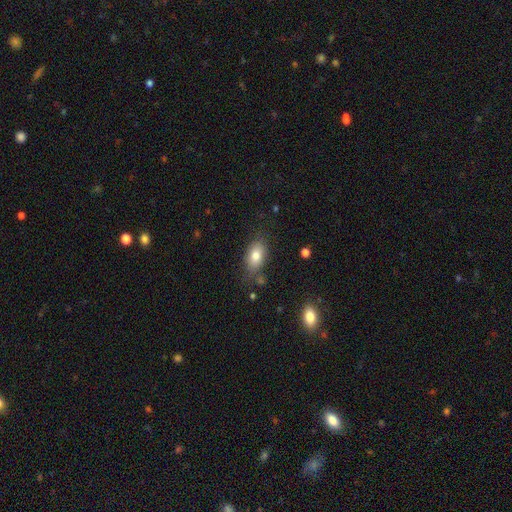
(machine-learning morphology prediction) The model was most divided on "merging": none: 73%, minor disturbance: 18%, major disturbance: 5%, merger: 4%. More confident: how rounded — in between (87%); smooth or featured — smooth (80%).